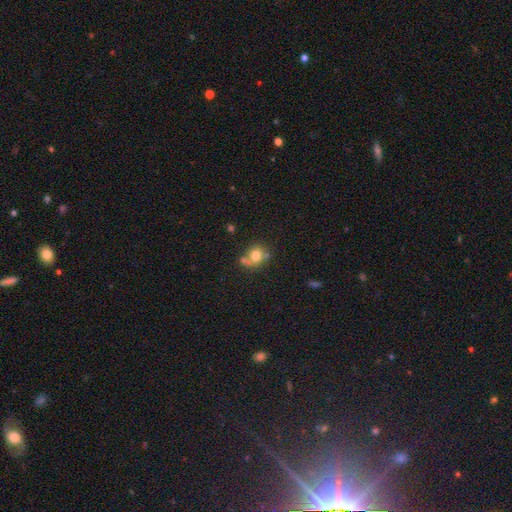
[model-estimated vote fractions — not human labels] Morphology: type=smooth (73%); roundness=round (68%); merging=none (45%).